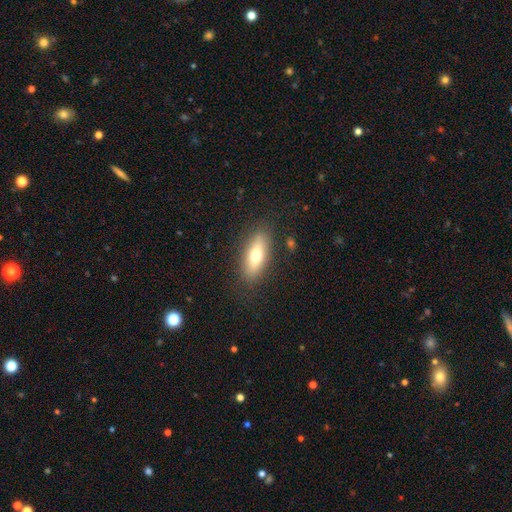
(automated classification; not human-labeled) smooth 67%, featured or disk 25%, star or artifact 8%. Down the decision tree: how rounded — in between (70%); merging — none (85%).